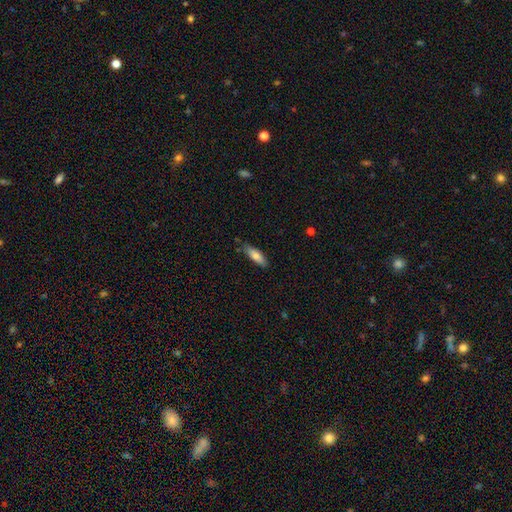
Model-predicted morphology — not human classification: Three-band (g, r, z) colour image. It shows a smooth galaxy with no disk features (77%) that is in between round and cigar-shaped (51%). Merging: none (76%).